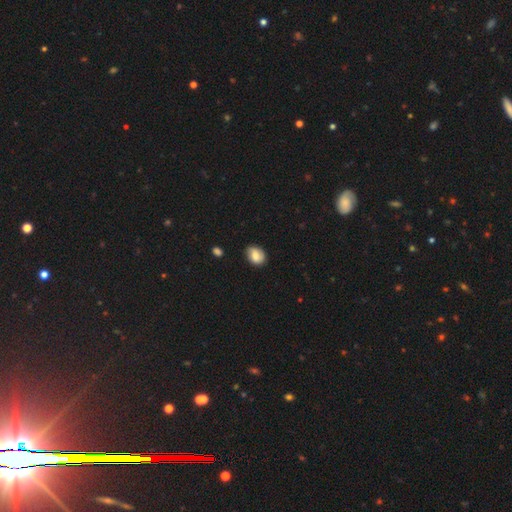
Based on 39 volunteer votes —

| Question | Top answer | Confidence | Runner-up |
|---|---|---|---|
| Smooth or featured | smooth | 72% | featured or disk (23%) |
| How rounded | in between | 71% | round (29%) |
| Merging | none | 57% | minor disturbance (41%) |